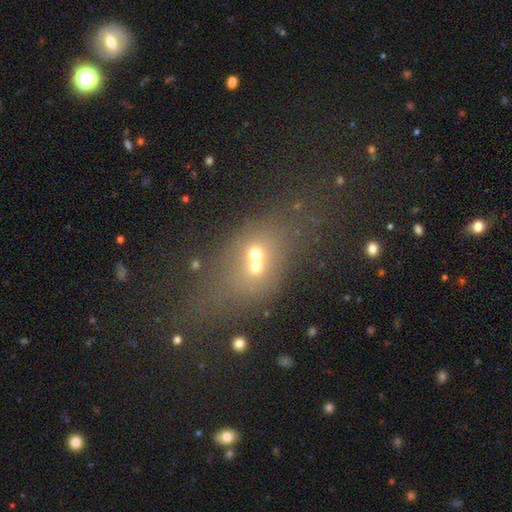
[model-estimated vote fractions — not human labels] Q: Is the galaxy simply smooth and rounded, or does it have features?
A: smooth — 47%.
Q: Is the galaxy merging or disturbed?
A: merger — 49%.